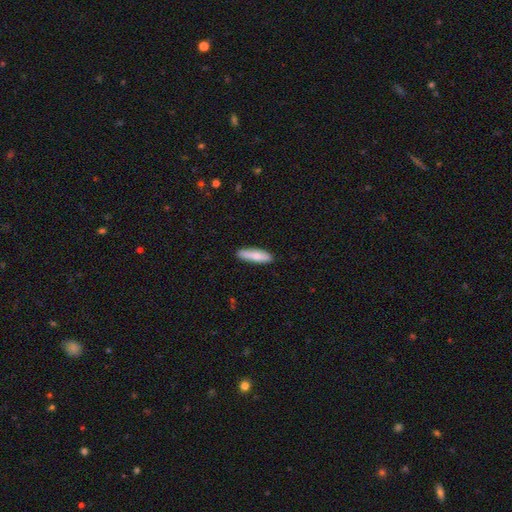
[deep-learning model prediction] Q: Smooth or featured?
A: smooth (77%); runner-up: featured or disk (18%)
Q: How rounded?
A: cigar-shaped (69%); runner-up: in between (29%)
Q: Merging?
A: none (88%); runner-up: minor disturbance (9%)